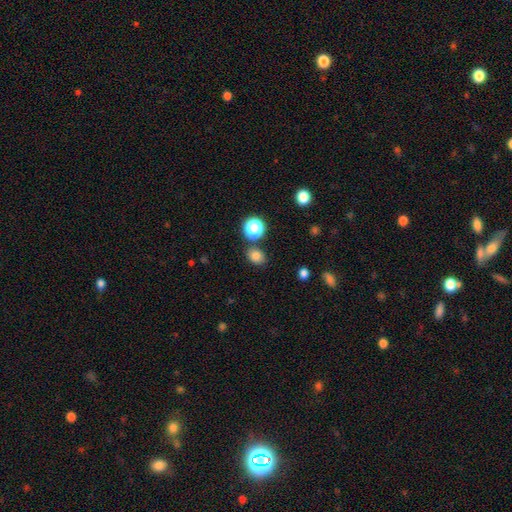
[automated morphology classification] Smooth or featured? smooth (80%)
How rounded? in between (51%)
Merging? none (79%)